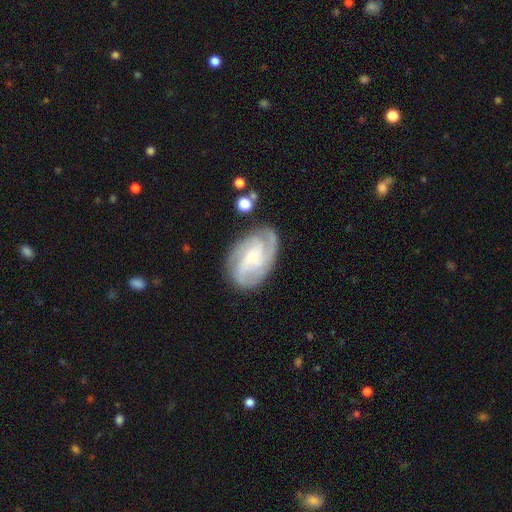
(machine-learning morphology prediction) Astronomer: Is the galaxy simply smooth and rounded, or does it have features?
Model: featured or disk — 82%.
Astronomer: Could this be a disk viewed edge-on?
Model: no — 97%.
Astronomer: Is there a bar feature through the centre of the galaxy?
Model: no — 52% (runner-up: weak, 37%).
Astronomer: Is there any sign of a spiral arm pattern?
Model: yes — 96%.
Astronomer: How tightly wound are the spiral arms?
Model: tight — 52% (runner-up: medium, 38%).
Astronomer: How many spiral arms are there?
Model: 3 — 43% (runner-up: 2, 18%).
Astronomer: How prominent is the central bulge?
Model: small — 60%.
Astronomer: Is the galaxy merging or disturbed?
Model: none — 75%.